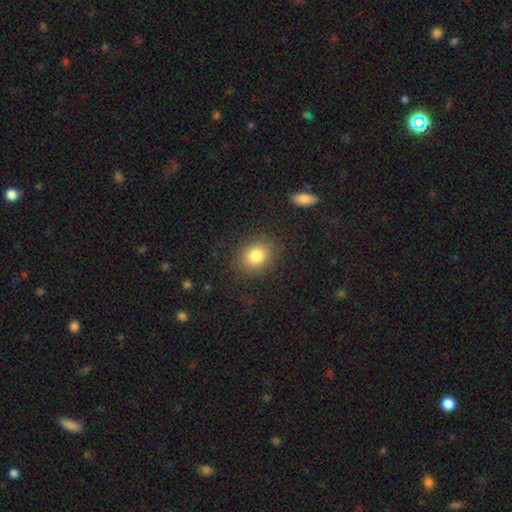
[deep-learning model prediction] A smooth galaxy with no disk features (82%) that is round (58%). Merging: none (84%).